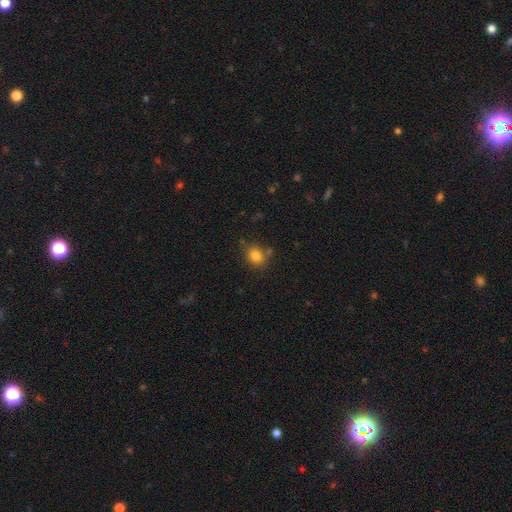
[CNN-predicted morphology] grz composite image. It shows a smooth galaxy with no disk features (83%) that is round (59%). Merging: none (74%).